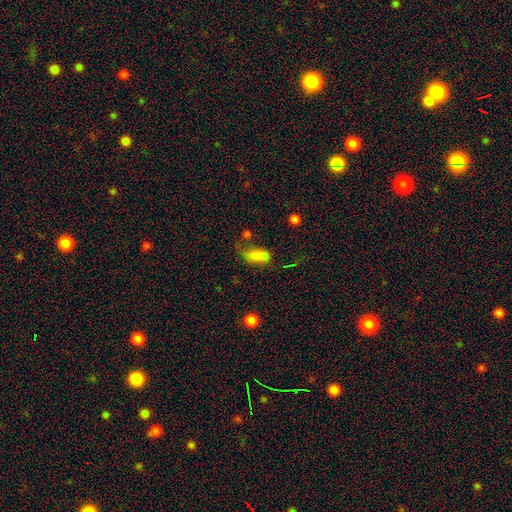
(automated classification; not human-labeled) smooth_or_featured: smooth (p=0.72) [alt: star or artifact p=0.14]
how_rounded: in between (p=0.85) [alt: round p=0.08]
merging: none (p=0.33) [alt: merger p=0.30]